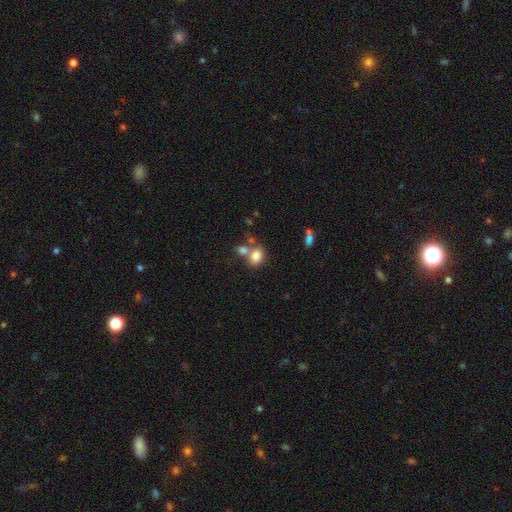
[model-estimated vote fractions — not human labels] smooth 81%, star or artifact 10%, featured or disk 10%. Down the decision tree: how rounded — in between (71%); merging — none (47%).